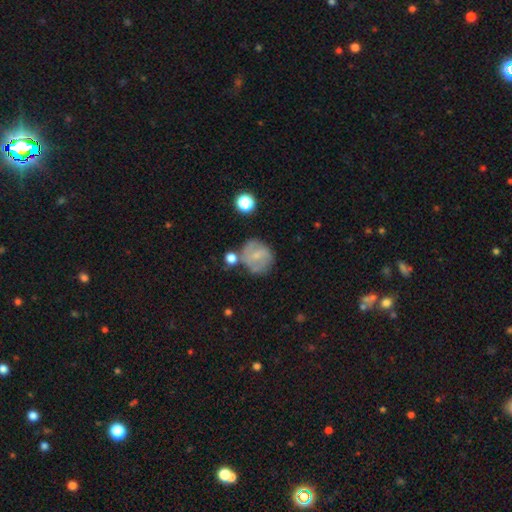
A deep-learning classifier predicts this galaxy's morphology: The model was most divided on "smooth or featured": featured or disk: 48%, smooth: 43%, star or artifact: 9%. More confident: merging — none (55%).